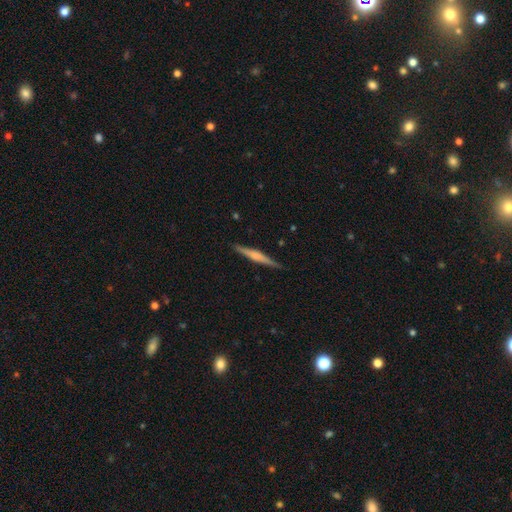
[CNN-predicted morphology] Q: Smooth or featured?
A: featured or disk (61%); runner-up: smooth (34%)
Q: Edge-on disk?
A: yes (98%); runner-up: no (2%)
Q: Edge-on bulge?
A: rounded (55%); runner-up: boxy (26%)
Q: Merging?
A: none (90%); runner-up: minor disturbance (7%)